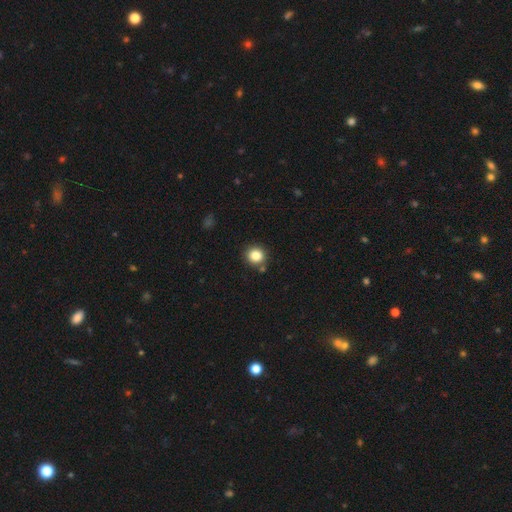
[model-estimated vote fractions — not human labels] A smooth galaxy with no disk features (84%) that is round (89%).

Vote fractions:
- Smooth or featured? smooth: 84% / star or artifact: 11% / featured or disk: 5%
- How rounded? round: 89% / in between: 10% / cigar-shaped: 1%
- Merging? none: 84% / minor disturbance: 8% / merger: 5% / major disturbance: 2%